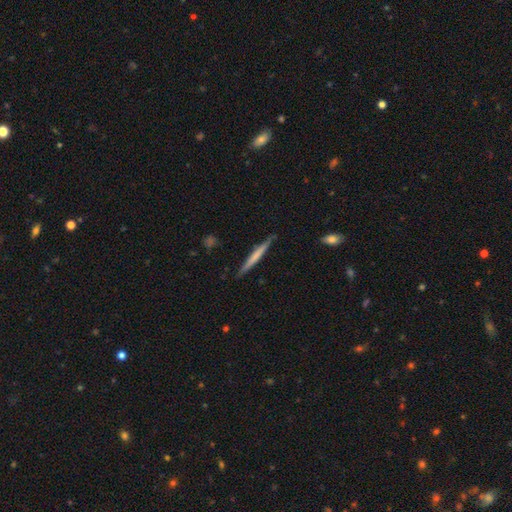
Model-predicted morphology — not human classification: Smooth or featured: smooth — 54% (featured or disk — 41%)
How rounded: cigar-shaped — 96% (in between — 2%)
Merging: none — 87% (minor disturbance — 10%)